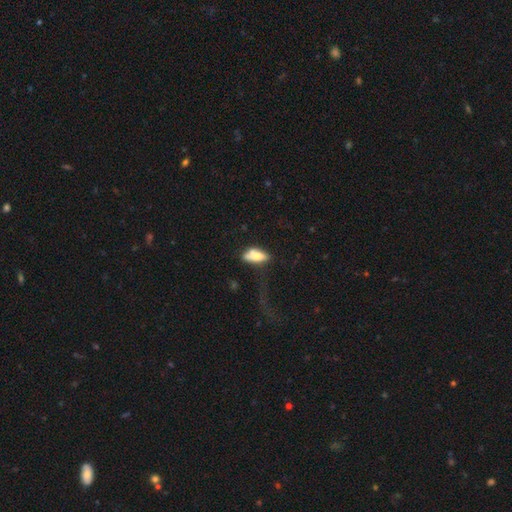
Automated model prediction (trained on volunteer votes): The model was most divided on "merging": none: 35%, major disturbance: 24%, minor disturbance: 24%, merger: 17%. More confident: how rounded — in between (80%); smooth or featured — smooth (66%).